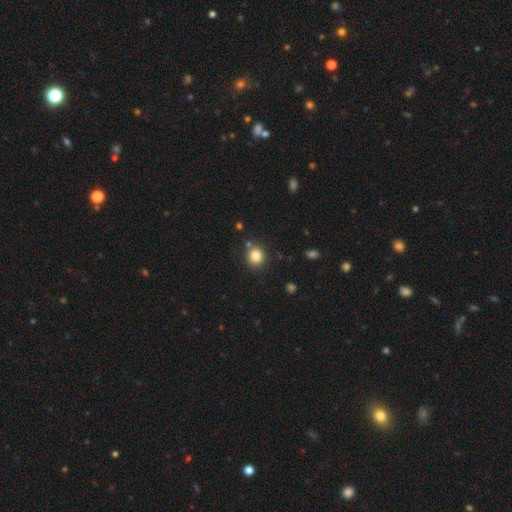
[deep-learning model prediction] This is clearly a smooth galaxy (84%). How rounded: clearly round (86%). Merging: clearly none (82%).